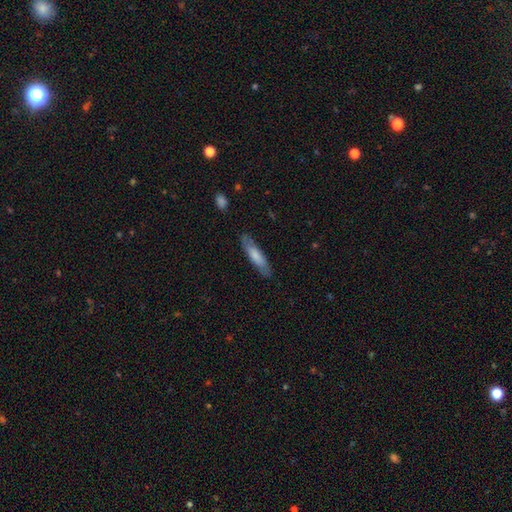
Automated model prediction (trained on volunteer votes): Overall: smooth (69%). How rounded: cigar-shaped (74%). Merging: none (84%).